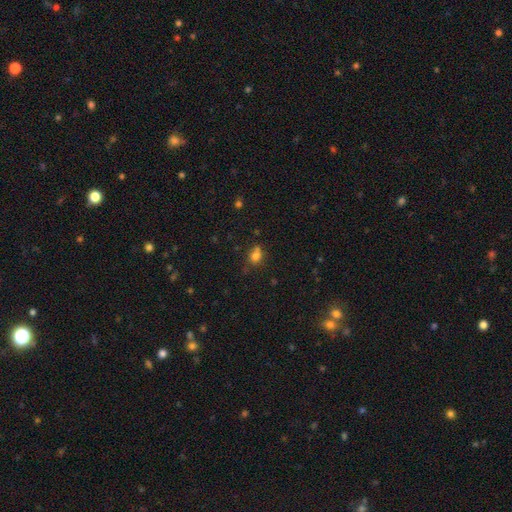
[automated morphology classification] smooth_or_featured: smooth (p=0.76) [alt: star or artifact p=0.16]
how_rounded: round (p=0.60) [alt: in between p=0.39]
merging: none (p=0.51) [alt: merger p=0.23]